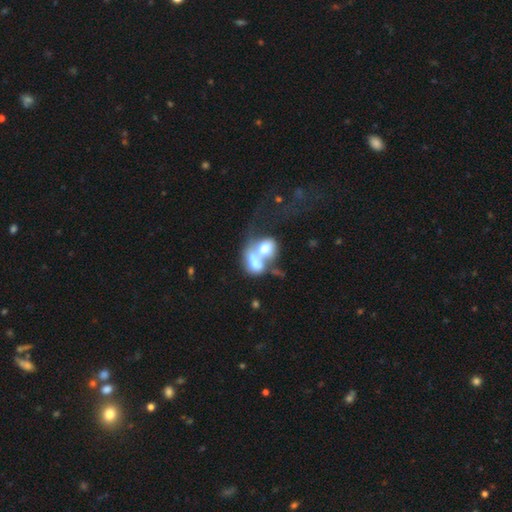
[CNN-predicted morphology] type=smooth (55%); roundness=in between (59%); merging=merger (74%).